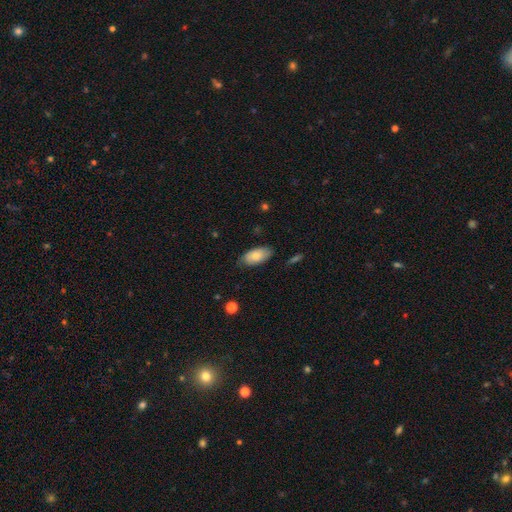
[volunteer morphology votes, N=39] smooth 87%, featured or disk 10%, star or artifact 3%. Down the decision tree: how rounded — in between (97%); merging — none (74%).